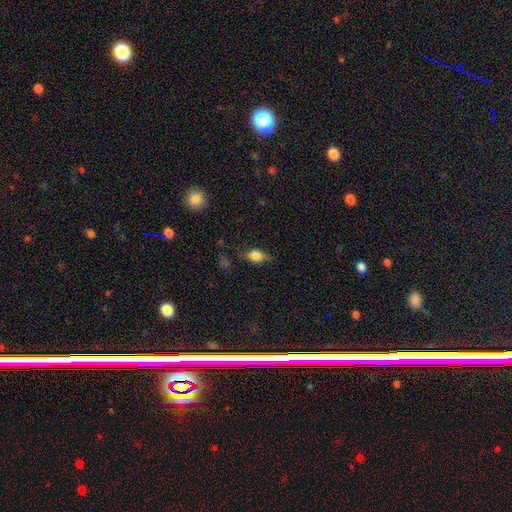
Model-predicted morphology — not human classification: This is likely a smooth galaxy (77%). How rounded: likely in between (74%). Merging: likely none (63%).